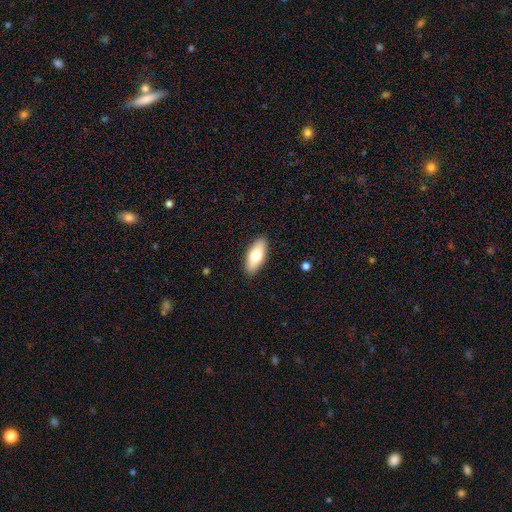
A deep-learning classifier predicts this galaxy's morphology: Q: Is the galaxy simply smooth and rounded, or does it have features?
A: smooth — 73%.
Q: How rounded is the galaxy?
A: in between — 83%.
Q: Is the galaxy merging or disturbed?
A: none — 89%.